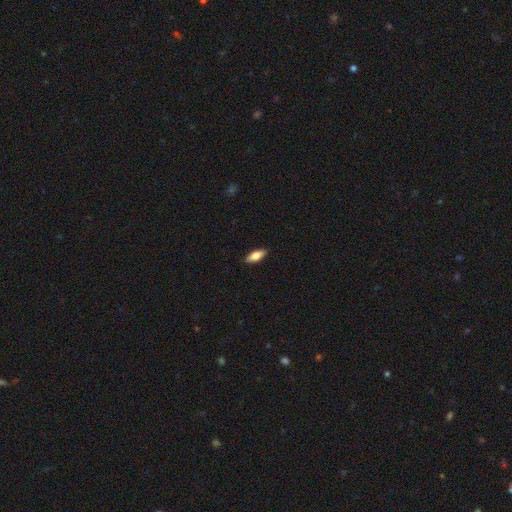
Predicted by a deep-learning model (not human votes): smooth 76%, featured or disk 18%, star or artifact 6%. Down the decision tree: how rounded — in between (75%); merging — none (89%).